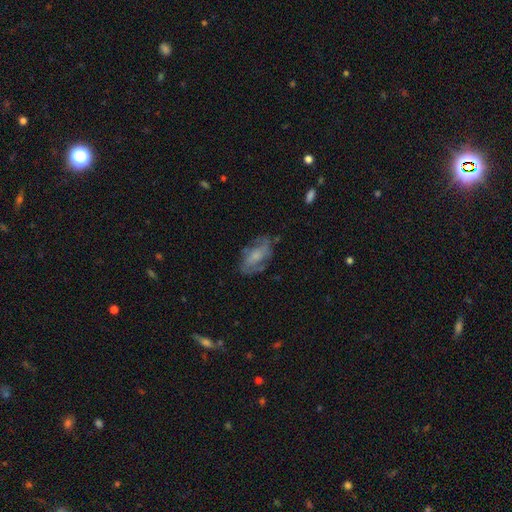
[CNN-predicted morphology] Smooth or featured? Predicted: featured or disk (p=0.54). Edge-on disk? Predicted: no (p=0.92). Merging? Predicted: none (p=0.61).